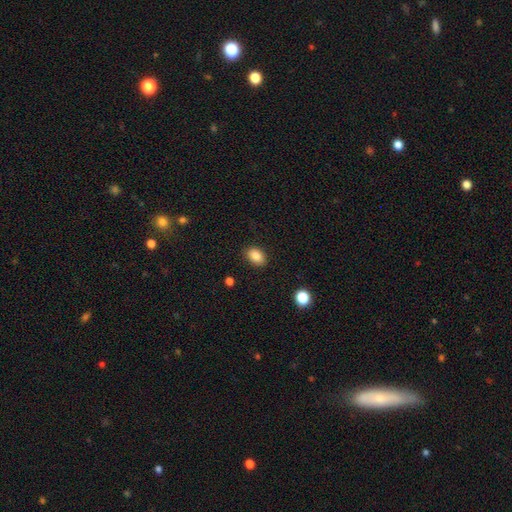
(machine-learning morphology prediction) A smooth galaxy with no disk features (86%) that is in between round and cigar-shaped (84%).

Vote fractions:
- Smooth or featured? smooth: 86% / star or artifact: 9% / featured or disk: 6%
- How rounded? in between: 84% / round: 15% / cigar-shaped: 1%
- Merging? none: 86% / minor disturbance: 10% / major disturbance: 2% / merger: 1%